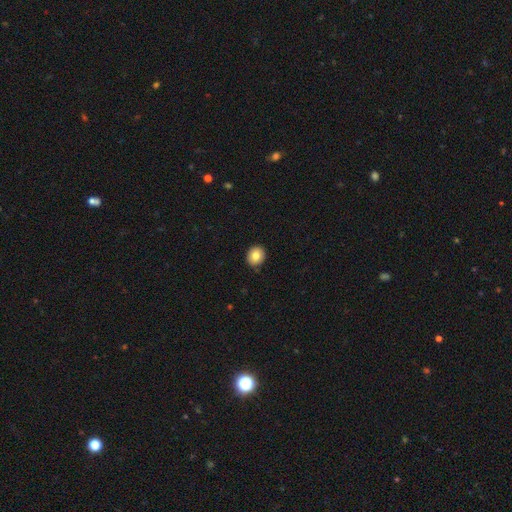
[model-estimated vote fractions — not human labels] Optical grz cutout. It shows a smooth galaxy with no disk features (82%) that is round (79%). Merging: none (90%).